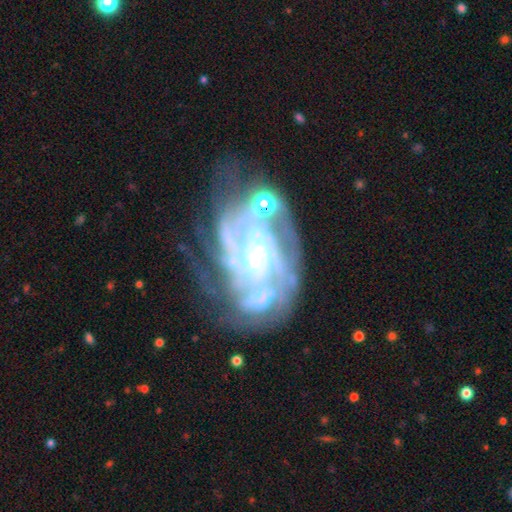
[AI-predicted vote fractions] A featured or disk galaxy (85%) with no bar (39%), tight (60%) spiral arms (90%) and a small central bulge (51%). Merging: none (47%).